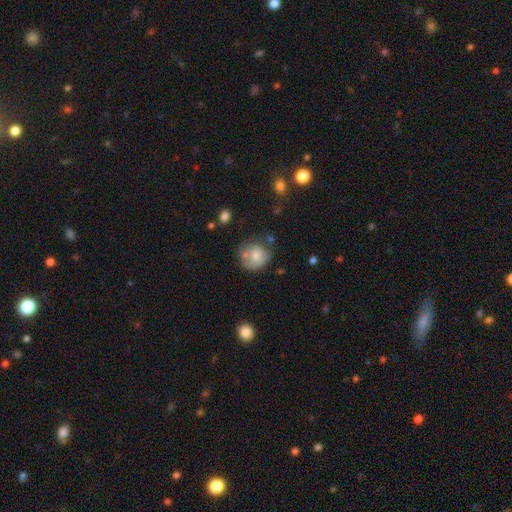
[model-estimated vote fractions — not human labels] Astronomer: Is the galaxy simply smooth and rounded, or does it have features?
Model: smooth — 65%.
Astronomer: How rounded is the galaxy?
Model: round — 80%.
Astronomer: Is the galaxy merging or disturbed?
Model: none — 49% (runner-up: minor disturbance, 25%).